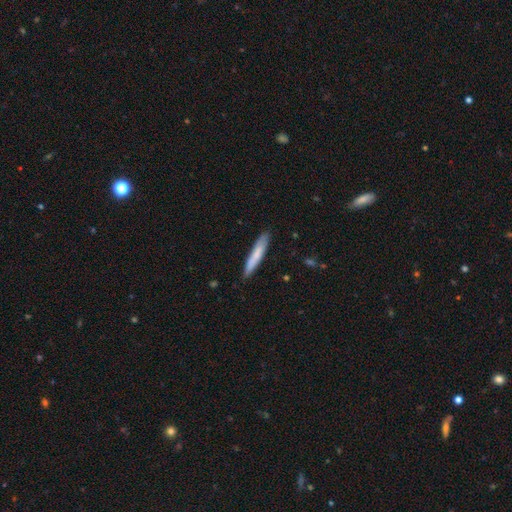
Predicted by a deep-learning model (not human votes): The model was most divided on "smooth or featured": smooth: 71%, featured or disk: 23%, star or artifact: 5%. More confident: how rounded — cigar-shaped (93%); merging — none (85%).